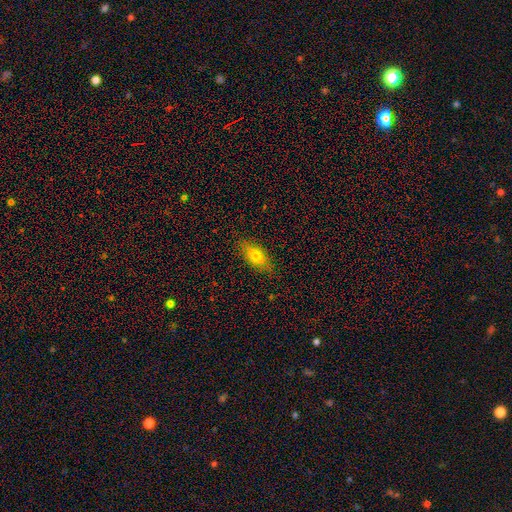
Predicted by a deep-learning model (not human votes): A smooth galaxy with no disk features (71%) that is in between round and cigar-shaped (80%). Merging: none (85%).